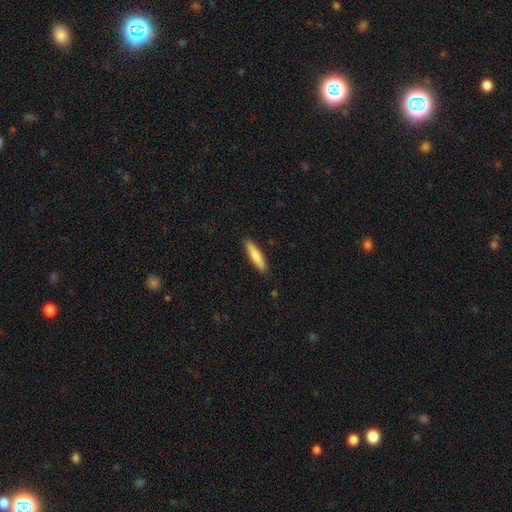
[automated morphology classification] Q: Smooth or featured?
A: smooth (77%); runner-up: featured or disk (17%)
Q: How rounded?
A: cigar-shaped (83%); runner-up: in between (16%)
Q: Merging?
A: none (90%); runner-up: minor disturbance (7%)